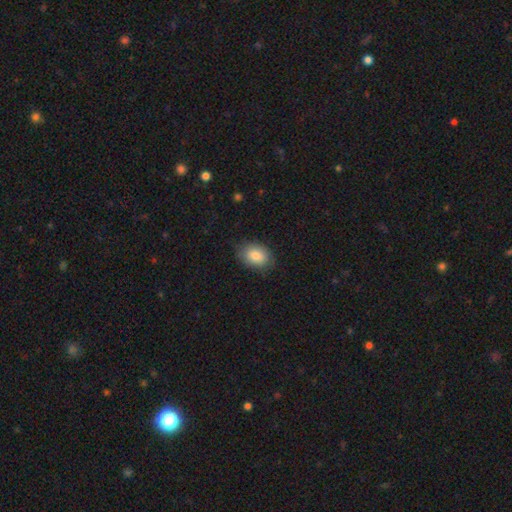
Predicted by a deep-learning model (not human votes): The model was most divided on "how rounded": in between: 77%, round: 22%, cigar-shaped: 1%. More confident: smooth or featured — smooth (83%); merging — none (80%).